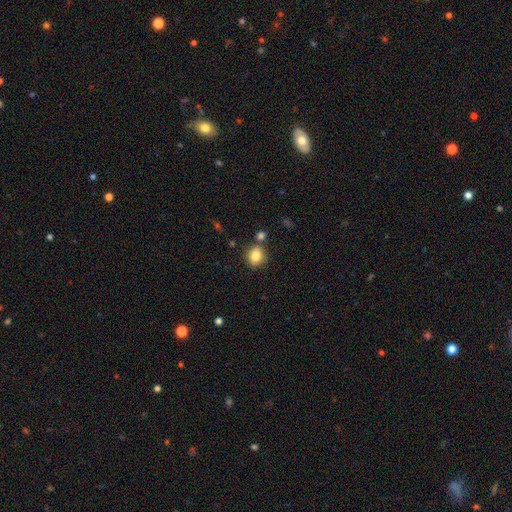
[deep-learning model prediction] smooth-or-featured: smooth: 82% | star or artifact: 10% | featured or disk: 8%
  how-rounded: round: 74% | in between: 25% | cigar-shaped: 1%
  merging: none: 74% | minor disturbance: 12% | merger: 11% | major disturbance: 3%